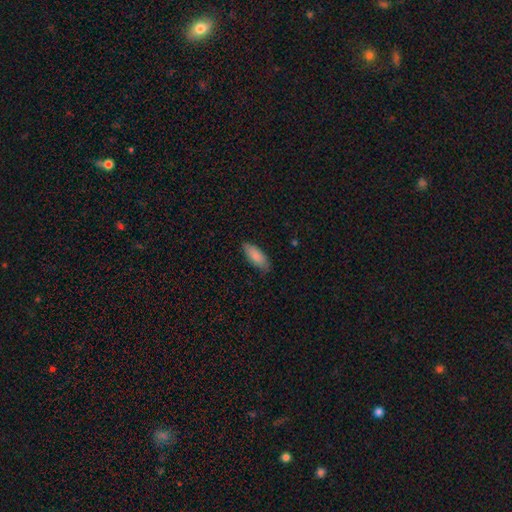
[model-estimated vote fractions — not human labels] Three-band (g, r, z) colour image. It shows a smooth galaxy with no disk features (86%) that is in between round and cigar-shaped (75%). Merging: none (81%).